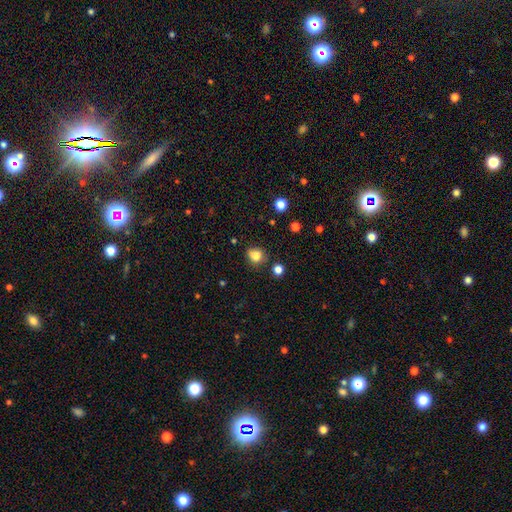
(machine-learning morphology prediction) Smooth or featured? smooth (81%)
How rounded? round (67%)
Merging? none (70%)